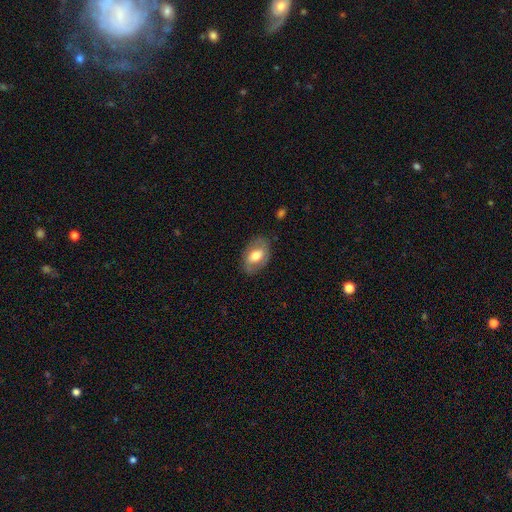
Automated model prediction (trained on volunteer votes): Morphology: type=smooth (58%); roundness=in between (86%); merging=none (77%).